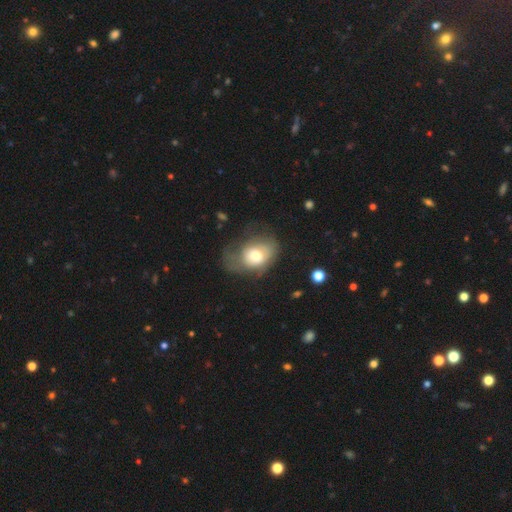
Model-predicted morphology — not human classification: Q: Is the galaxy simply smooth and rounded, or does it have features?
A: smooth — 62%.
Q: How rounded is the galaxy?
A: in between — 62%.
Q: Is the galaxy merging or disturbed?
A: major disturbance — 40%.